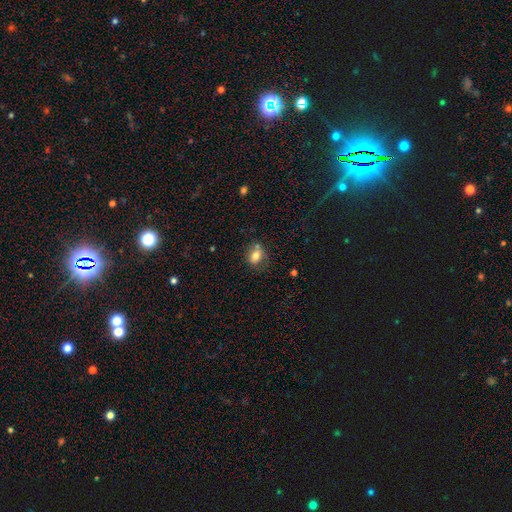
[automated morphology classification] Overall: smooth (75%). How rounded: in between (55%; round 44%). Merging: none (59%; minor disturbance 21%).